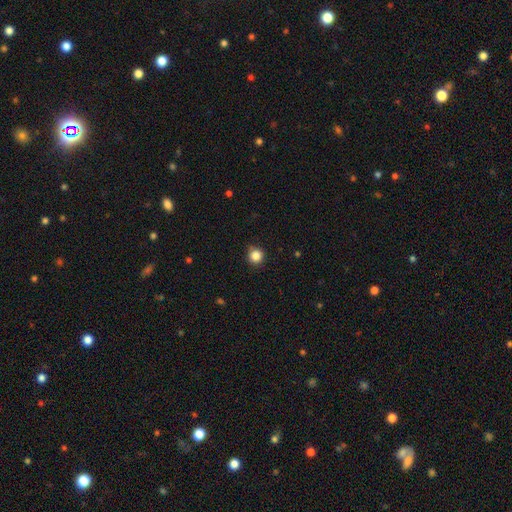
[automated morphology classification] smooth 85%, star or artifact 11%, featured or disk 4%. Down the decision tree: how rounded — round (93%); merging — none (85%).